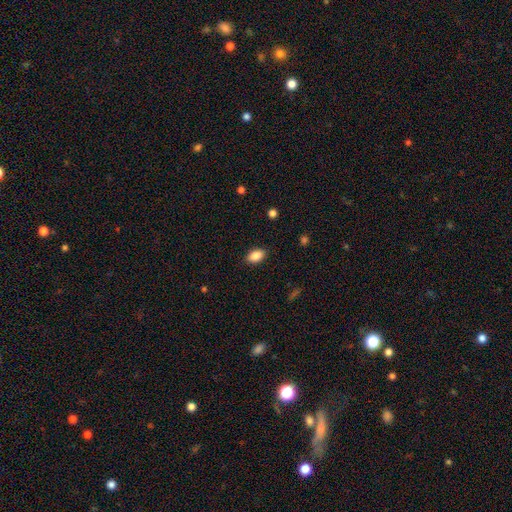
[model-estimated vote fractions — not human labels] Smooth or featured? smooth (87%)
How rounded? in between (91%)
Merging? none (87%)